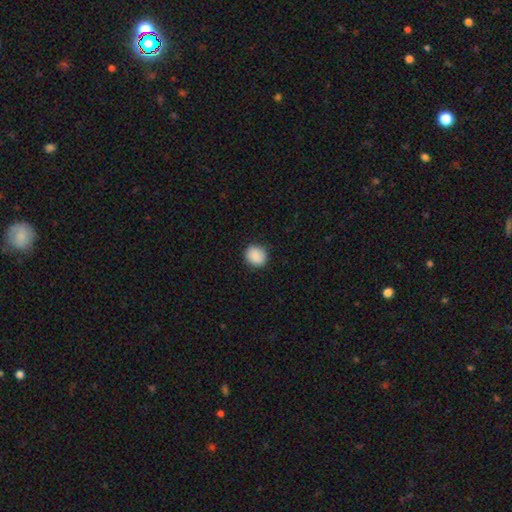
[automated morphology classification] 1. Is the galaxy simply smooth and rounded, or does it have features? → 90% smooth, 7% star or artifact, 3% featured or disk.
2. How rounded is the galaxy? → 79% round, 20% in between, 1% cigar-shaped.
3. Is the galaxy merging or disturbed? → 89% none, 8% minor disturbance, 2% major disturbance, 1% merger.